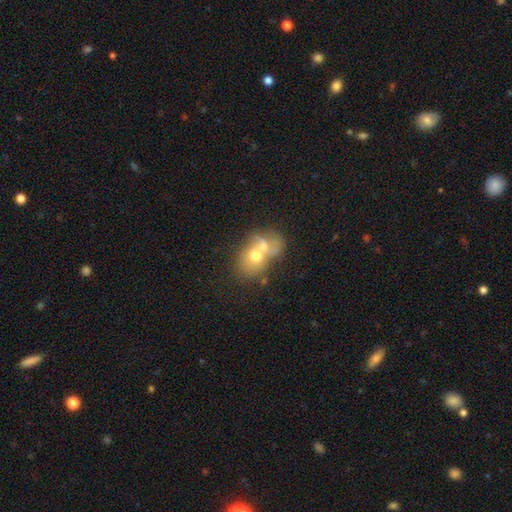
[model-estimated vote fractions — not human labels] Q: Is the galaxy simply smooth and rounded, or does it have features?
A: smooth — 54%.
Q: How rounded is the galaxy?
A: in between — 53%.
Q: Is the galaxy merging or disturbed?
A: merger — 72%.